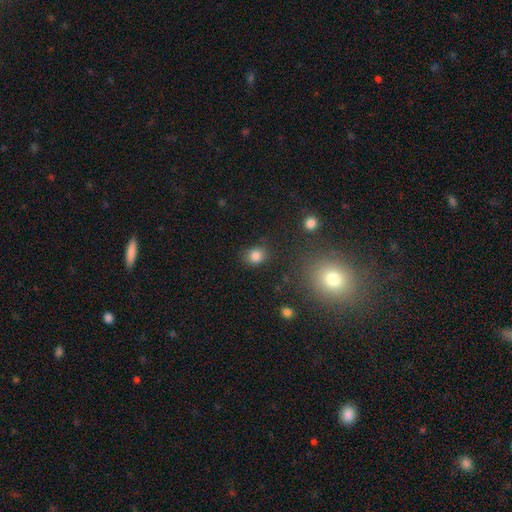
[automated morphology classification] Smooth or featured? Predicted: smooth (p=0.83). How rounded? Predicted: round (p=0.66). Merging? Predicted: none (p=0.82).